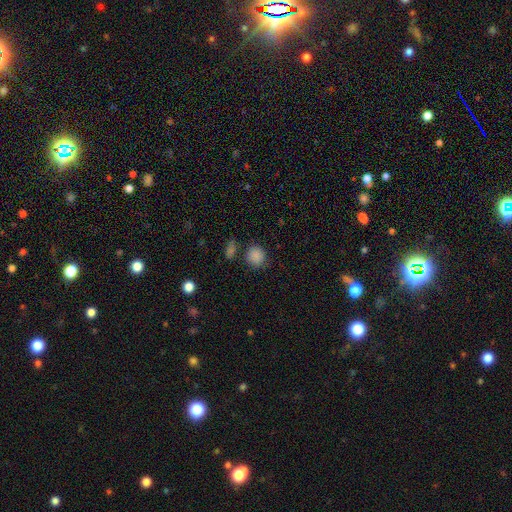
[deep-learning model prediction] Smooth or featured: smooth — 85% (star or artifact — 11%)
How rounded: round — 83% (in between — 16%)
Merging: none — 75% (minor disturbance — 14%)